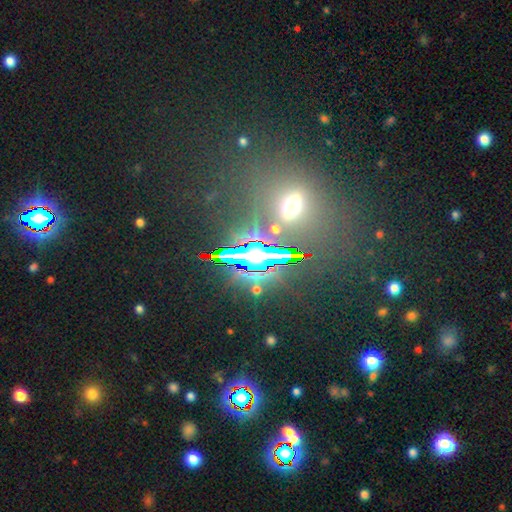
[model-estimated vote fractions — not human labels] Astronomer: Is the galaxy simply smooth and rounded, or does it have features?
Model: star or artifact — 72%.